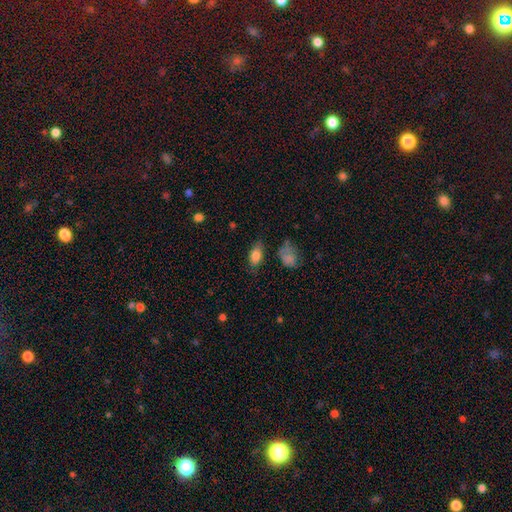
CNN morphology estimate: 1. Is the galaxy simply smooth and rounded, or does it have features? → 82% smooth, 10% featured or disk, 8% star or artifact.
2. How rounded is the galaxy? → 88% in between, 7% round, 5% cigar-shaped.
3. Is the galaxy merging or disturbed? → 72% none, 19% minor disturbance, 5% major disturbance, 4% merger.